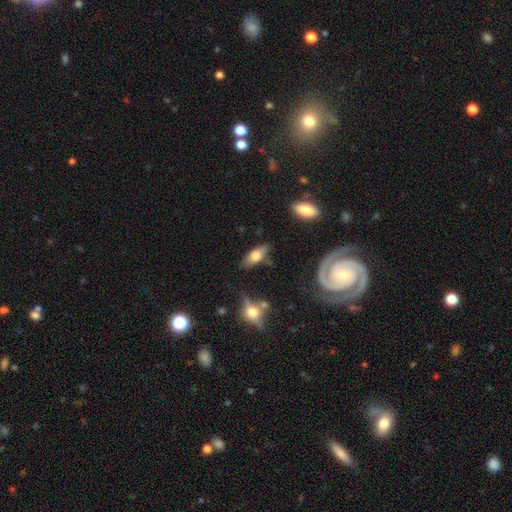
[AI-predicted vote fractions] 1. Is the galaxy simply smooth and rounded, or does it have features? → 60% smooth, 32% featured or disk, 8% star or artifact.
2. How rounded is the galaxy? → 78% in between, 18% cigar-shaped, 4% round.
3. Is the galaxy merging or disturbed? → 73% none, 18% minor disturbance, 5% major disturbance, 4% merger.